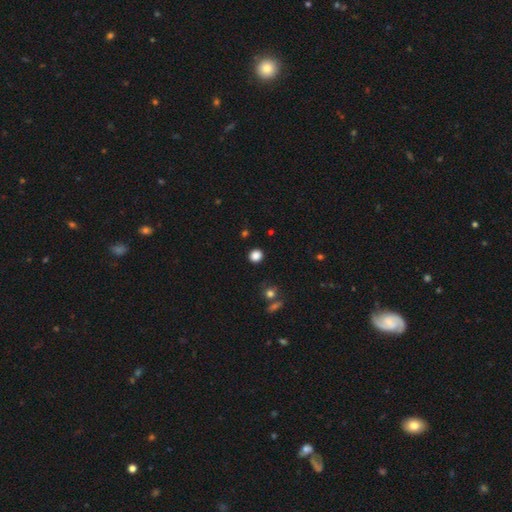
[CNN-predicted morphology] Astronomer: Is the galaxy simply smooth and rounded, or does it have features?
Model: smooth — 85%.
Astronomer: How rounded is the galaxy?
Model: round — 86%.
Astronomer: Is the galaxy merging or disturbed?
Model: none — 90%.